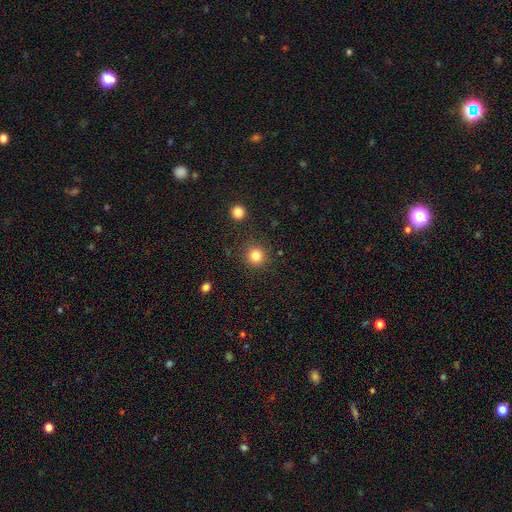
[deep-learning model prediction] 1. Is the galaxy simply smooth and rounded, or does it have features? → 83% smooth, 12% star or artifact, 5% featured or disk.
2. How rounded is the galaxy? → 93% round, 6% in between, 1% cigar-shaped.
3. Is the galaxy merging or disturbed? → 88% none, 7% minor disturbance, 3% major disturbance, 2% merger.